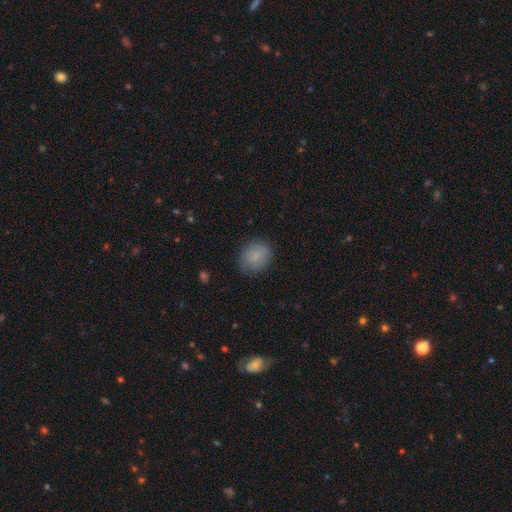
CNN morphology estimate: Smooth or featured? smooth (84%)
How rounded? round (64%)
Merging? none (82%)